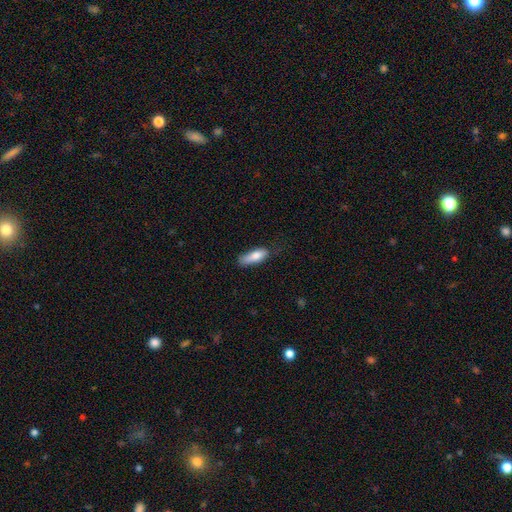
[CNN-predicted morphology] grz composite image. It shows a smooth galaxy with no disk features (80%) that is in between round and cigar-shaped (62%). Merging: none (57%).